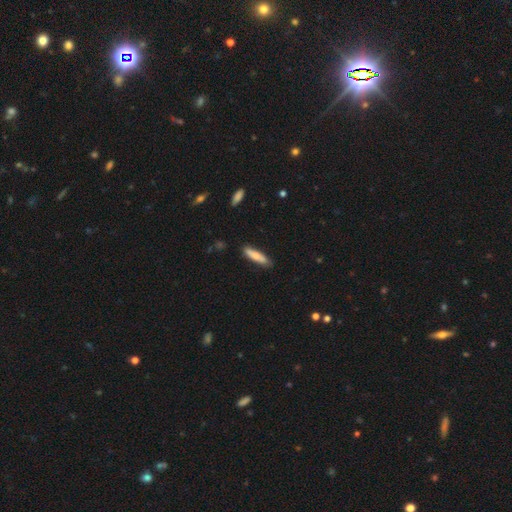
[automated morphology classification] The model was most divided on "smooth or featured": smooth: 71%, featured or disk: 23%, star or artifact: 6%. More confident: merging — none (82%); how rounded — cigar-shaped (77%).